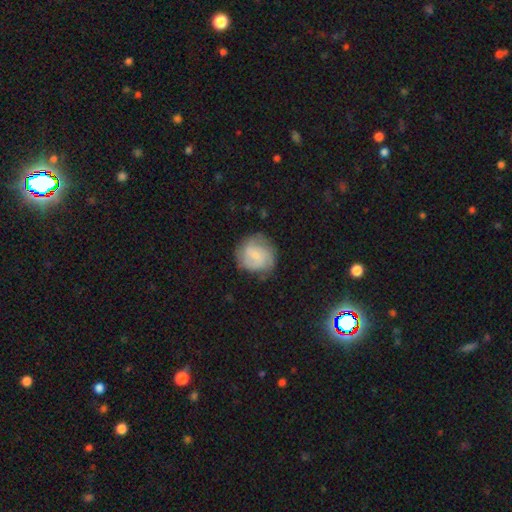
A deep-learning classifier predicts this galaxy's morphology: Overall: featured or disk (50%; smooth 43%). Merging: none (68%).